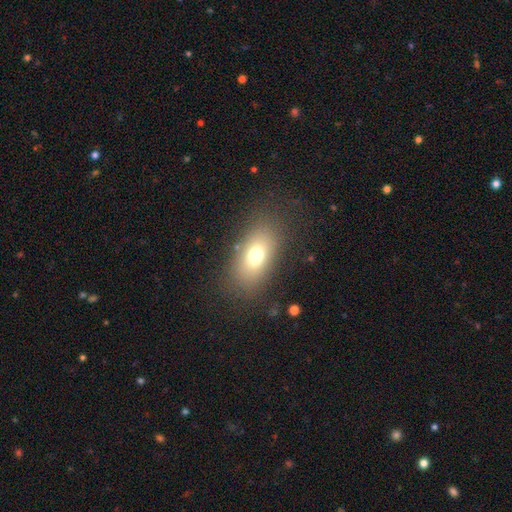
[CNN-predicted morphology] smooth_or_featured: smooth (p=0.70) [alt: featured or disk p=0.16]
how_rounded: in between (p=0.82) [alt: round p=0.14]
merging: none (p=0.82) [alt: minor disturbance p=0.10]